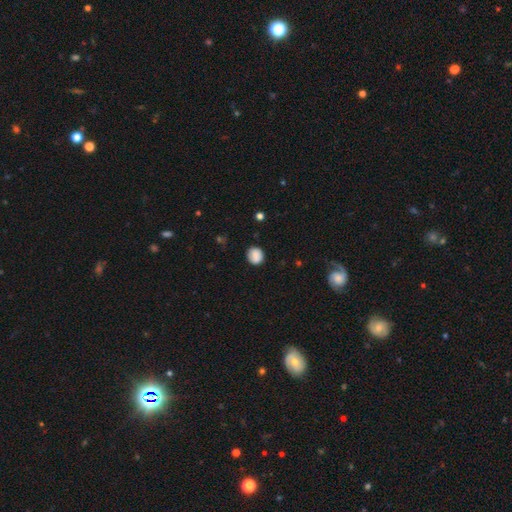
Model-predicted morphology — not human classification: The model was most divided on "how rounded": round: 81%, in between: 18%, cigar-shaped: 1%. More confident: smooth or featured — smooth (86%); merging — none (84%).